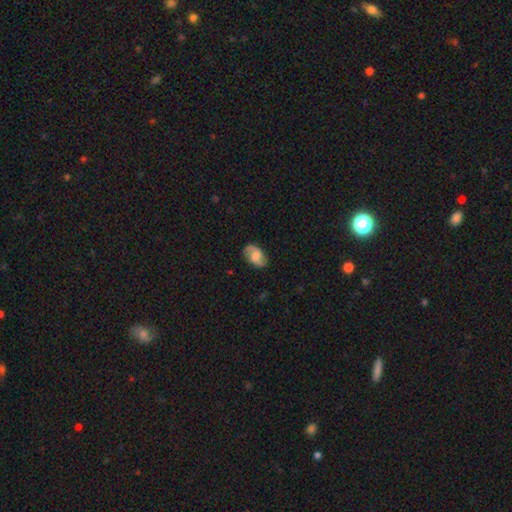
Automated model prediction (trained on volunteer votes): A featured or disk galaxy (62%) with no bar (47%), 2 (89%) loose (42%, tied with medium) spiral arms (92%) and a moderate central bulge (28%, tied with none).

Vote fractions:
- Smooth or featured? featured or disk: 62% / smooth: 30% / star or artifact: 7%
- Edge-on disk? no: 97% / yes: 3%
- Bar? no: 47% / weak: 44% / strong: 9%
- Spiral arms? yes: 92% / no: 8%
- Spiral winding? loose: 42% (tied) / medium: 42% (tied) / tight: 16%
- Spiral arm count? 2: 89% / can't tell: 5% / 1: 4% / 3: 1% / 4: 1% / more than 4: 1%
- Bulge size? moderate: 28% (tied) / none: 28% (tied) / large: 23% / small: 18% / dominant: 3%
- Merging? none: 80% / minor disturbance: 15% / major disturbance: 4% / merger: 1%